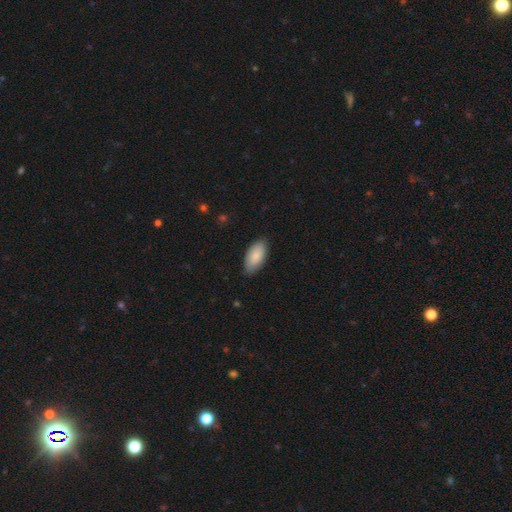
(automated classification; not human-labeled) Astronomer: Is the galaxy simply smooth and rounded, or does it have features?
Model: smooth — 87%.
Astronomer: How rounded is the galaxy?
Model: in between — 93%.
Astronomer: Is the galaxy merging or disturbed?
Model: none — 83%.